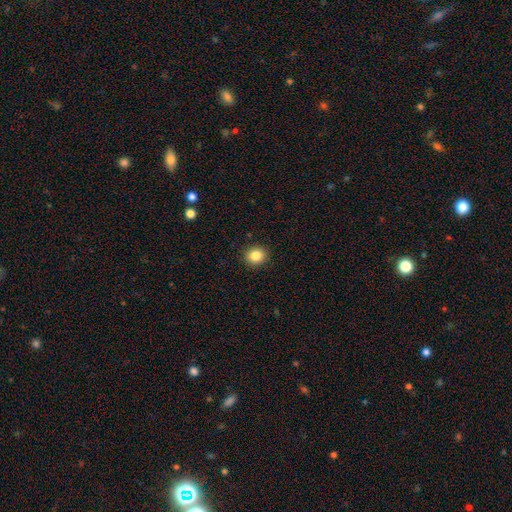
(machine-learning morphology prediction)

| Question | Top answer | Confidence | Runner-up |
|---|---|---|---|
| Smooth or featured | smooth | 85% | star or artifact (10%) |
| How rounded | round | 78% | in between (21%) |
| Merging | none | 91% | minor disturbance (6%) |